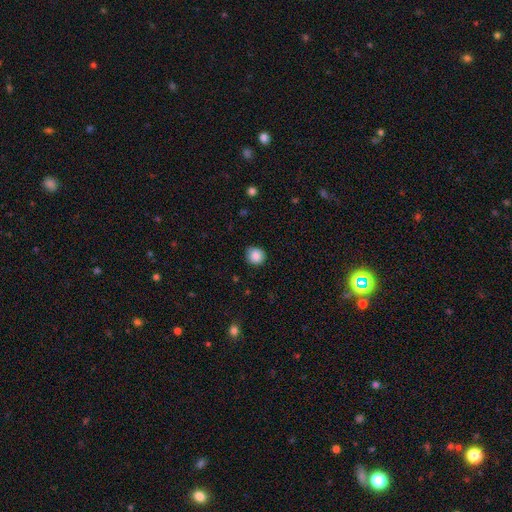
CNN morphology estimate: Smooth or featured? smooth (86%)
How rounded? round (89%)
Merging? none (86%)